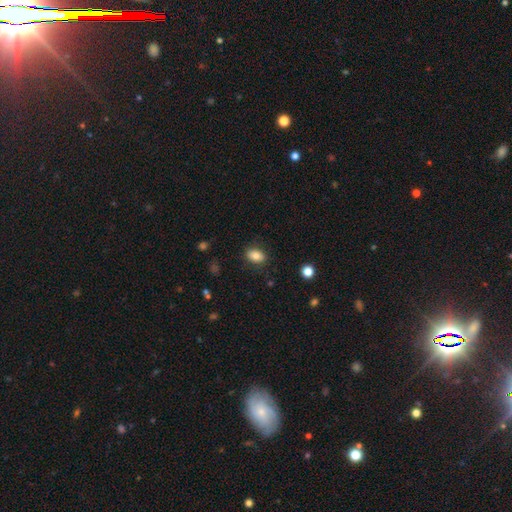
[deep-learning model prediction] This is clearly a smooth galaxy (82%). How rounded: clearly in between (82%). Merging: clearly none (85%).